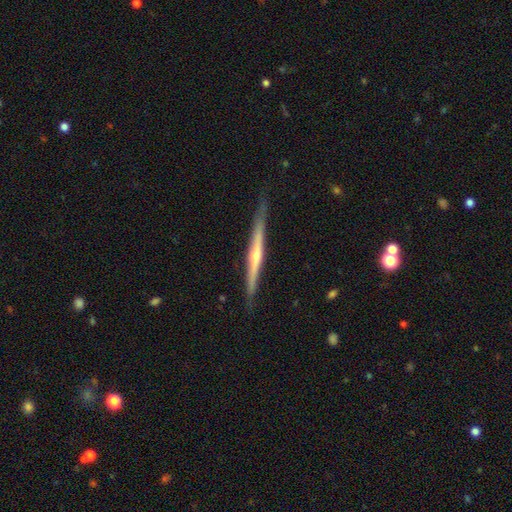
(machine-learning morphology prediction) The model was most divided on "edge-on bulge": rounded: 74%, none: 21%, boxy: 6%. More confident: edge-on disk — yes (98%); merging — none (87%); smooth or featured — featured or disk (79%).